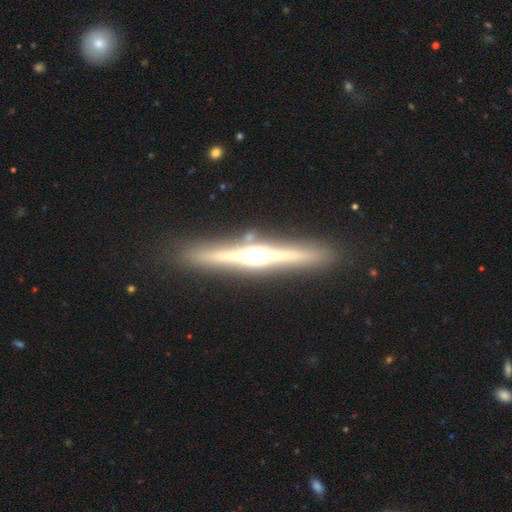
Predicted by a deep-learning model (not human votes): Smooth or featured? featured or disk (83%)
Edge-on disk? yes (98%)
Edge-on bulge? rounded (89%)
Merging? none (90%)